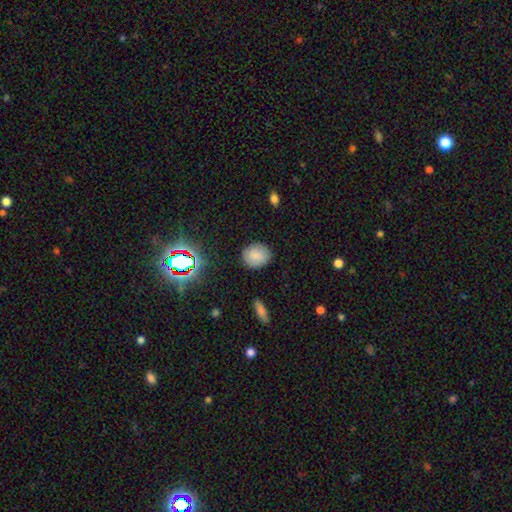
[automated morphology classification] Smooth or featured? Predicted: smooth (p=0.82). How rounded? Predicted: round (p=0.68). Merging? Predicted: none (p=0.86).